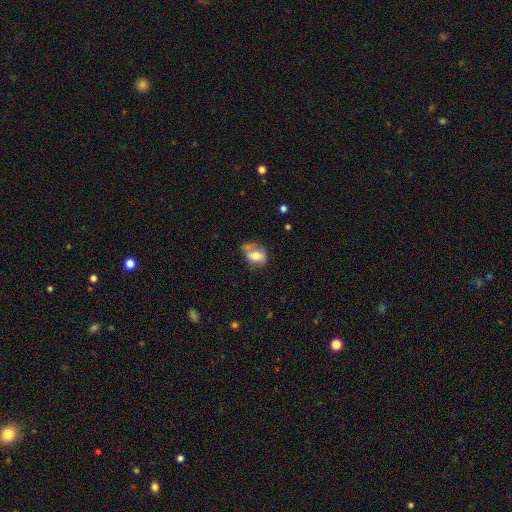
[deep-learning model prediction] Q: Smooth or featured?
A: smooth (61%); runner-up: featured or disk (30%)
Q: How rounded?
A: in between (62%); runner-up: round (37%)
Q: Merging?
A: none (40%); runner-up: minor disturbance (27%)